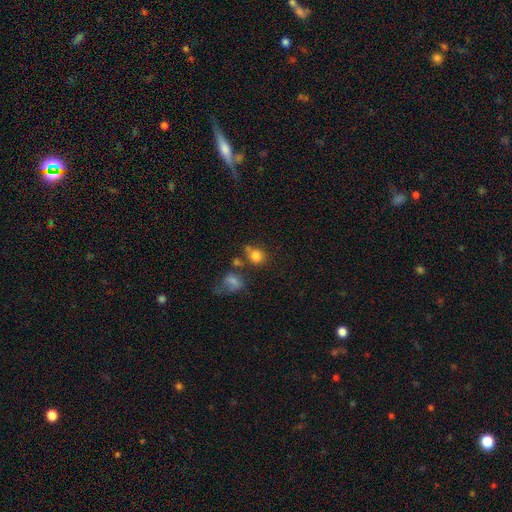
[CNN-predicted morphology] A smooth galaxy with no disk features (80%) that is round (69%). Merging: none (55%).